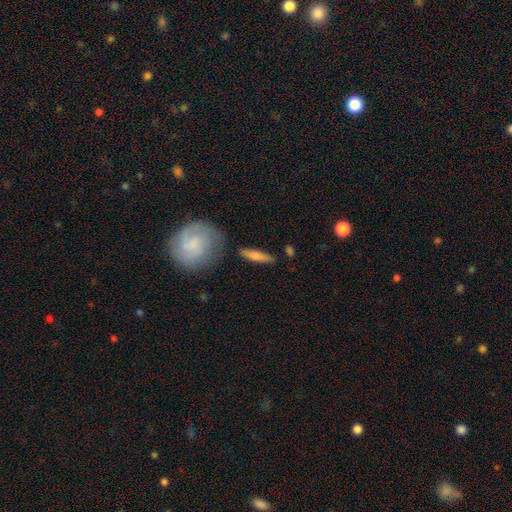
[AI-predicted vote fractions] Overall: smooth (71%). How rounded: cigar-shaped (75%). Merging: none (79%).